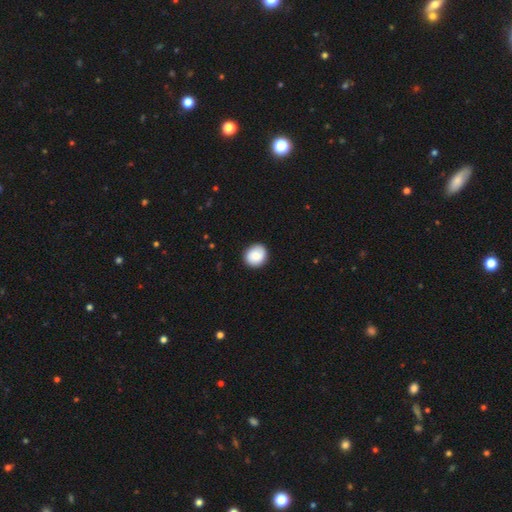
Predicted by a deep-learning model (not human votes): smooth-or-featured: smooth: 85% | featured or disk: 8% | star or artifact: 7%
  how-rounded: round: 79% | in between: 20% | cigar-shaped: 1%
  merging: none: 88% | minor disturbance: 9% | major disturbance: 2% | merger: 1%